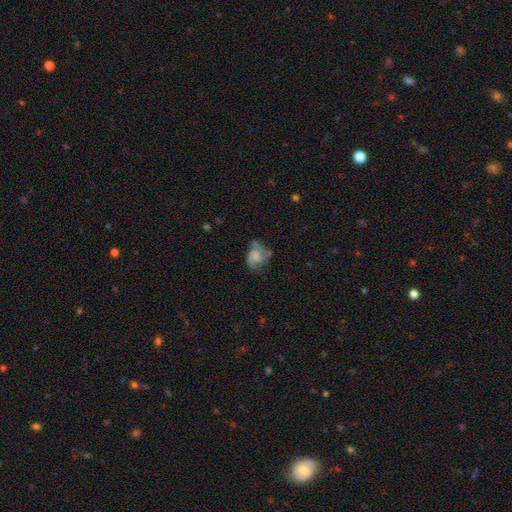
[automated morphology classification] Smooth or featured? featured or disk (47%)
Merging? none (40%)